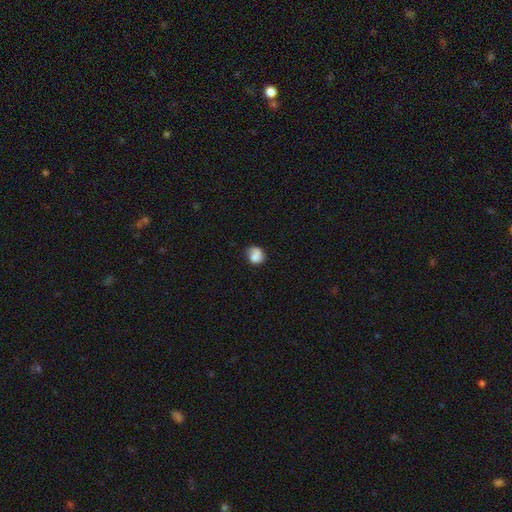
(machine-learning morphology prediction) The model was most divided on "merging": none: 52%, minor disturbance: 28%, major disturbance: 13%, merger: 7%. More confident: smooth or featured — smooth (73%); how rounded — round (68%).